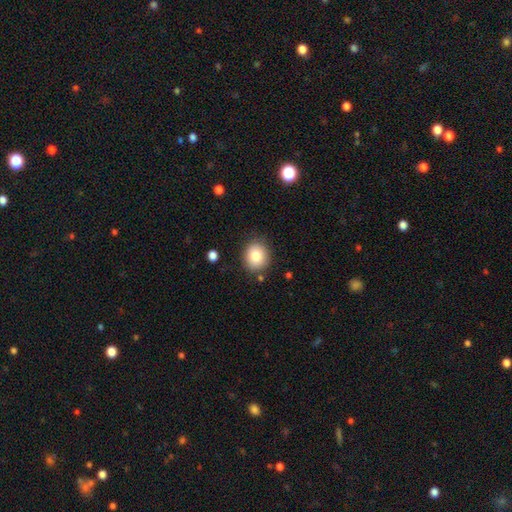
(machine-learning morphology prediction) Smooth or featured: smooth — 81% (star or artifact — 10%)
How rounded: round — 72% (in between — 27%)
Merging: none — 84% (minor disturbance — 11%)